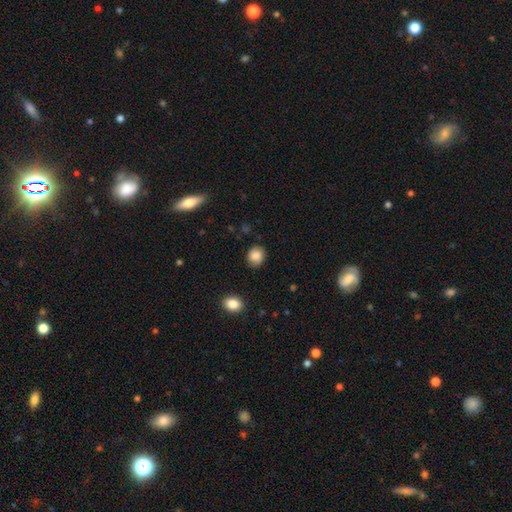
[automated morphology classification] smooth-or-featured: smooth: 86% | star or artifact: 9% | featured or disk: 5%
  how-rounded: round: 70% | in between: 29% | cigar-shaped: 1%
  merging: none: 81% | minor disturbance: 14% | major disturbance: 3% | merger: 1%